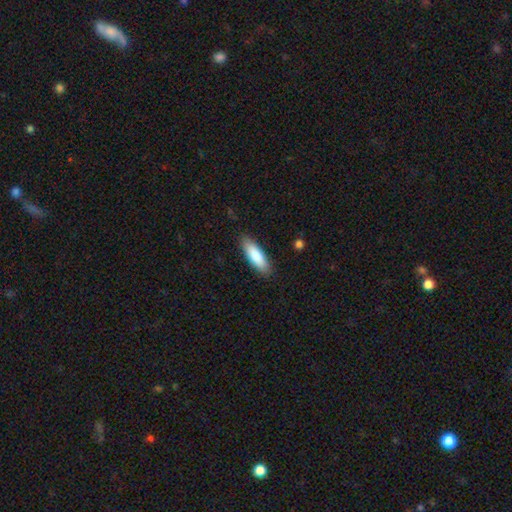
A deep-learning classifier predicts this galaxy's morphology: This appears to be a smooth galaxy with no disk features (86%) that is in between round and cigar-shaped (53%). Merging: none (88%).